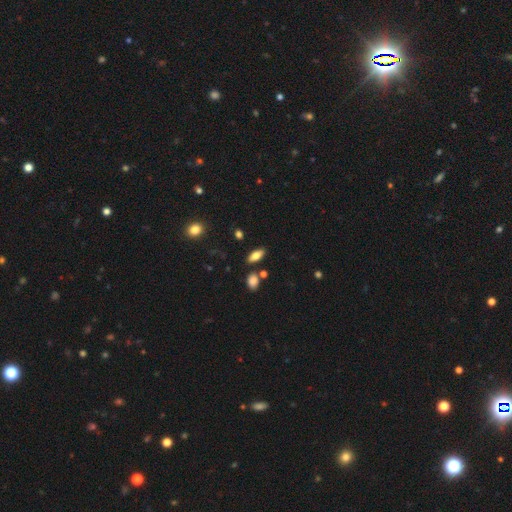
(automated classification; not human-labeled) Smooth or featured: smooth — 74% (featured or disk — 18%)
How rounded: in between — 81% (cigar-shaped — 15%)
Merging: none — 81% (minor disturbance — 10%)